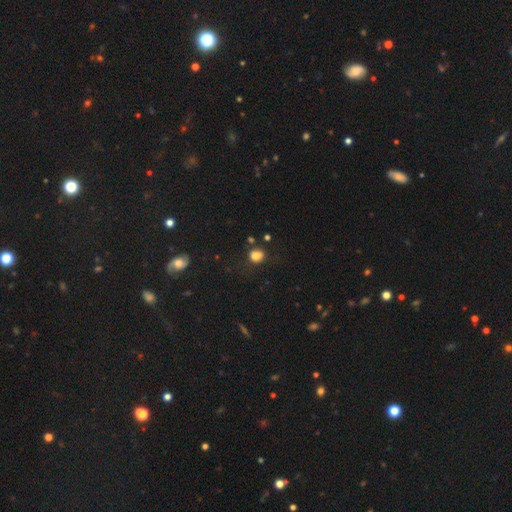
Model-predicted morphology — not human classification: The model was most divided on "how rounded": round: 56%, in between: 43%, cigar-shaped: 1%. More confident: smooth or featured — smooth (79%); merging — none (61%).